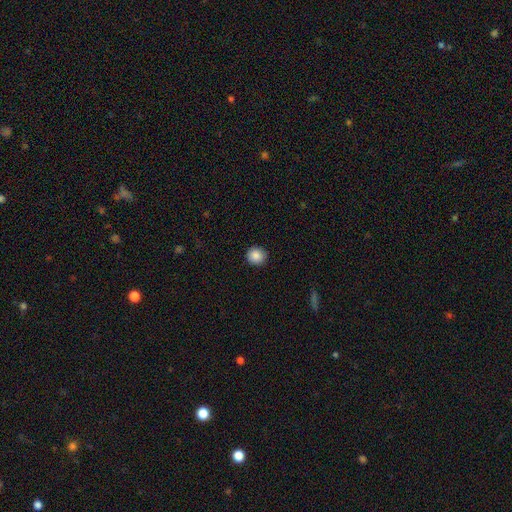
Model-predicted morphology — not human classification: A smooth galaxy with no disk features (88%) that is round (91%).

Vote fractions:
- Smooth or featured? smooth: 88% / star or artifact: 9% / featured or disk: 4%
- How rounded? round: 91% / in between: 8% / cigar-shaped: 1%
- Merging? none: 92% / minor disturbance: 6% / major disturbance: 2% / merger: 1%